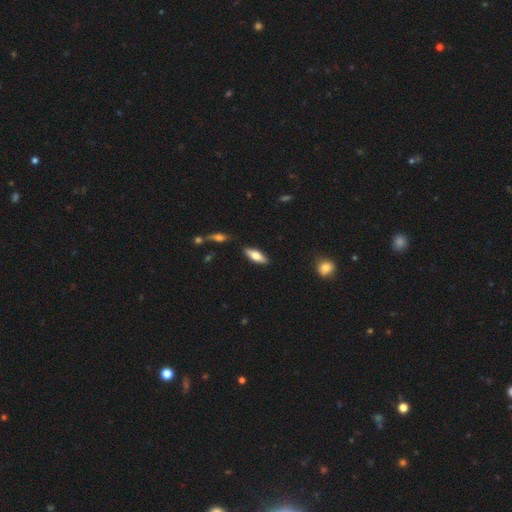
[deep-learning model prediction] This is likely a smooth galaxy (65%). How rounded: likely in between (65%). Merging: clearly none (87%).